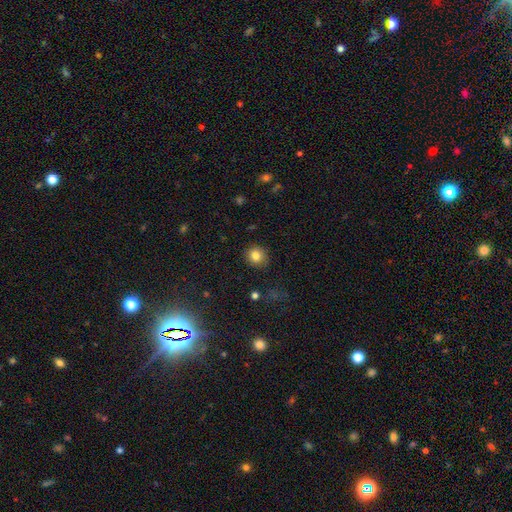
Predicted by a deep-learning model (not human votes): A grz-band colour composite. It shows a smooth galaxy with no disk features (82%) that is round (85%). Merging: none (89%).